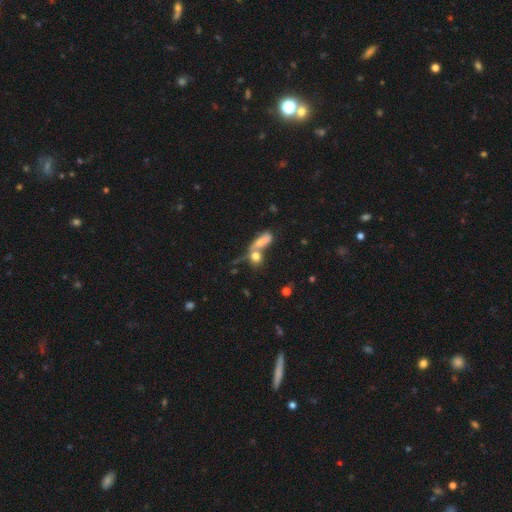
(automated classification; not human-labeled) Overall: smooth (68%). How rounded: round (50%; in between 38%). Merging: merger (55%; none 29%).